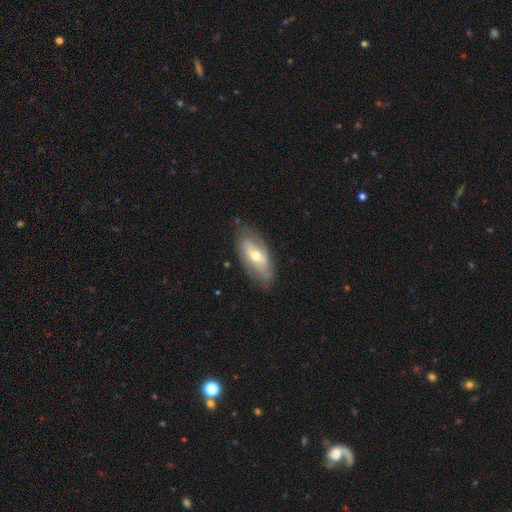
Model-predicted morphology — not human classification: smooth-or-featured: featured or disk: 52% | smooth: 42% | star or artifact: 7%
  disk-edge-on: no: 81% | yes: 19%
  merging: none: 75% | minor disturbance: 19% | major disturbance: 5% | merger: 1%